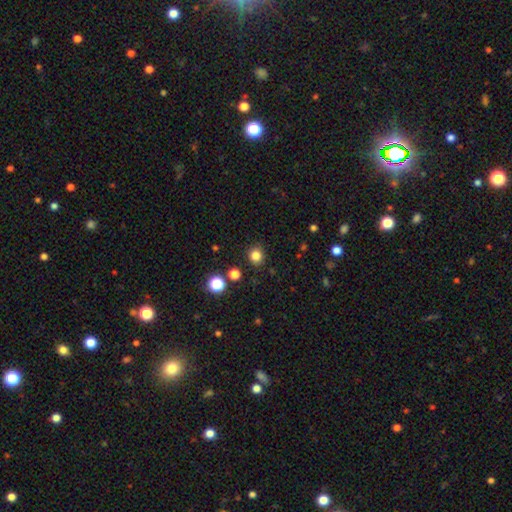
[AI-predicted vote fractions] Smooth or featured? smooth (82%)
How rounded? round (89%)
Merging? none (89%)